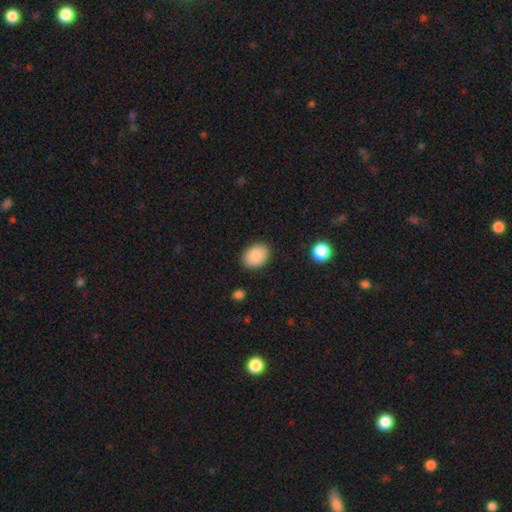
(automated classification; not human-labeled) A smooth galaxy with no disk features (87%) that is in between round and cigar-shaped (78%).

Vote fractions:
- Smooth or featured? smooth: 87% / star or artifact: 7% / featured or disk: 6%
- How rounded? in between: 78% / round: 21% / cigar-shaped: 1%
- Merging? none: 88% / minor disturbance: 8% / major disturbance: 2% / merger: 1%